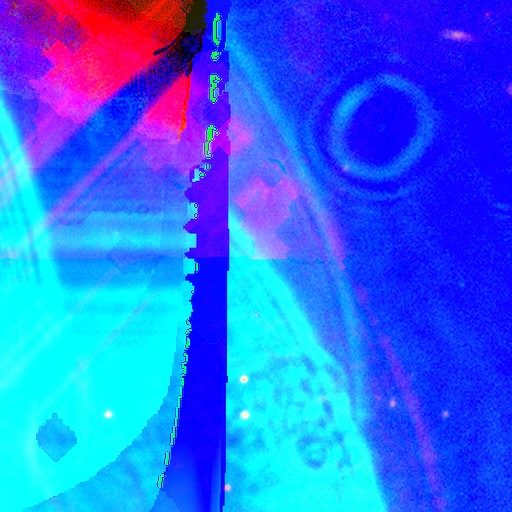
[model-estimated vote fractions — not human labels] Smooth or featured: star or artifact — 88% (featured or disk — 7%)